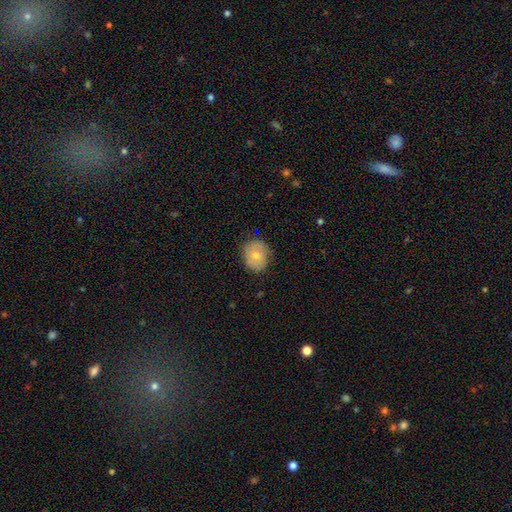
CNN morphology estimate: Smooth or featured?
  - smooth: 69% *
  - featured or disk: 23%
  - star or artifact: 7%
How rounded?
  - round: 65% *
  - in between: 34%
  - cigar-shaped: 1%
Merging?
  - none: 76% *
  - minor disturbance: 19%
  - major disturbance: 4%
  - merger: 1%